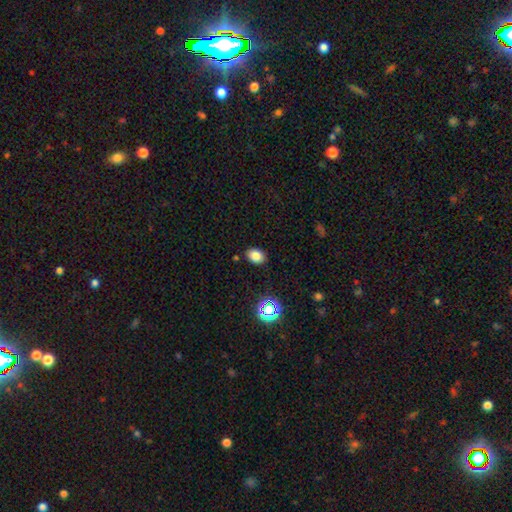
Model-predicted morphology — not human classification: A smooth galaxy with no disk features (80%) that is in between round and cigar-shaped (76%).

Vote fractions:
- Smooth or featured? smooth: 80% / star or artifact: 14% / featured or disk: 6%
- How rounded? in between: 76% / round: 23% / cigar-shaped: 1%
- Merging? none: 87% / minor disturbance: 9% / major disturbance: 2% / merger: 2%